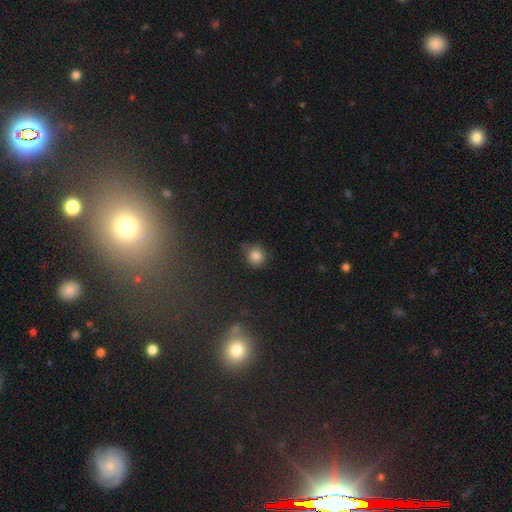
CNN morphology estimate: Smooth or featured? smooth (83%)
How rounded? round (90%)
Merging? none (77%)